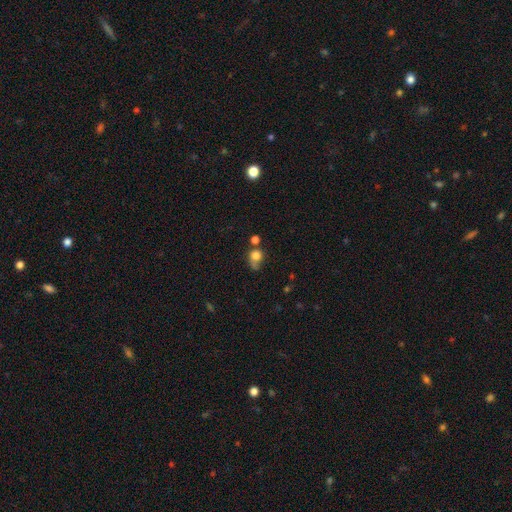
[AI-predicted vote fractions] The model was most divided on "merging": none: 37%, minor disturbance: 23%, major disturbance: 20%, merger: 19%. More confident: smooth or featured — smooth (75%); how rounded — round (73%).